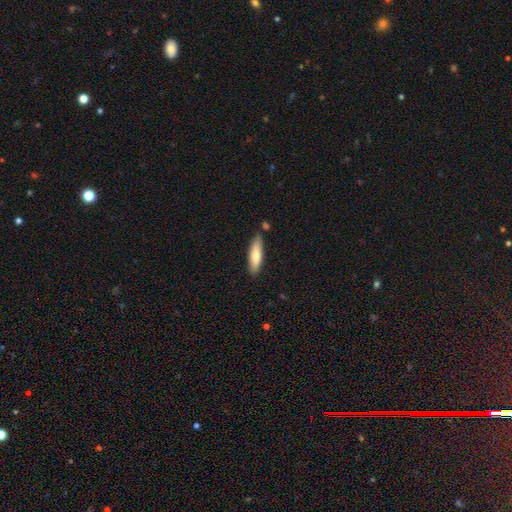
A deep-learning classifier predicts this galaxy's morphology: This is likely a smooth galaxy (72%). How rounded: likely cigar-shaped (64%). Merging: clearly none (82%).